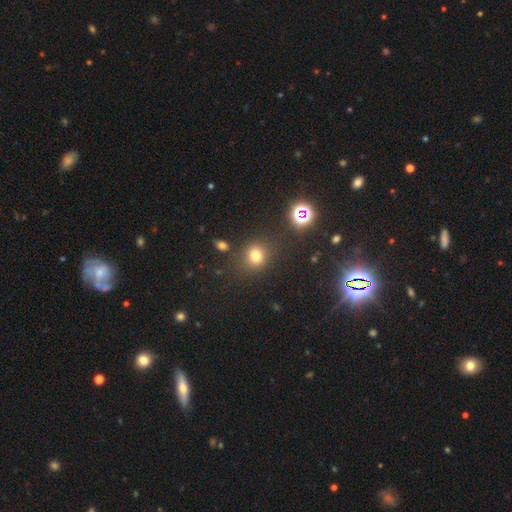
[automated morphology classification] Smooth or featured: smooth — 73% (star or artifact — 20%)
How rounded: round — 76% (in between — 23%)
Merging: none — 79% (minor disturbance — 11%)